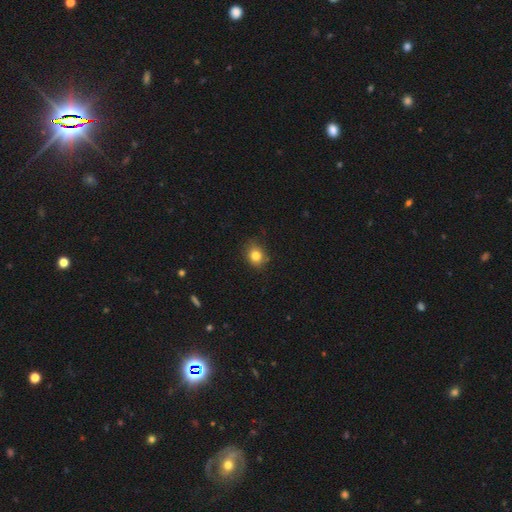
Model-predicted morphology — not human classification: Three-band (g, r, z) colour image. It shows a smooth galaxy with no disk features (82%) that is round (59%). Merging: none (81%).